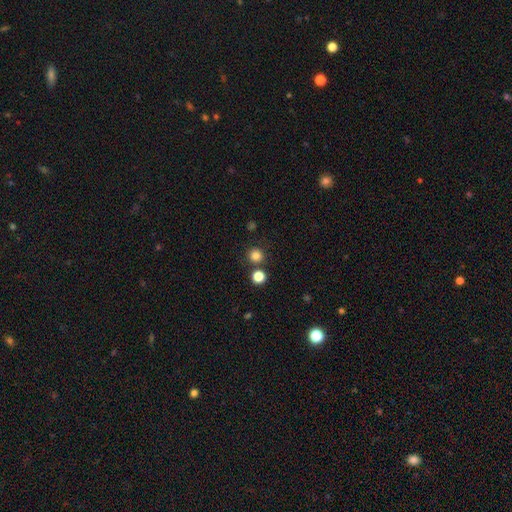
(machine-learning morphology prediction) Overall: smooth (82%). How rounded: round (94%). Merging: none (82%).